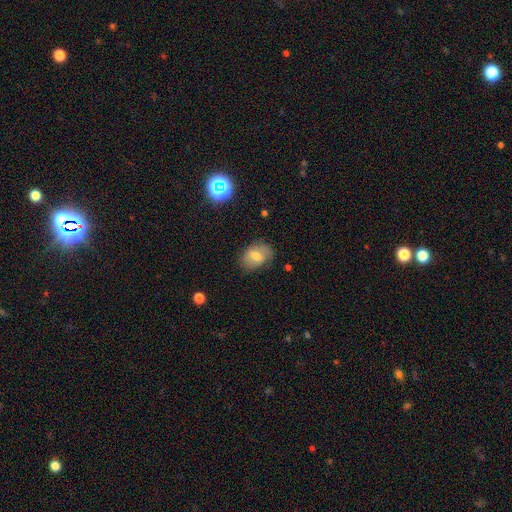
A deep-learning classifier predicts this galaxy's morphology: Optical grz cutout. It shows a smooth galaxy with no disk features (65%) that is in between round and cigar-shaped (78%). Merging: none (72%).